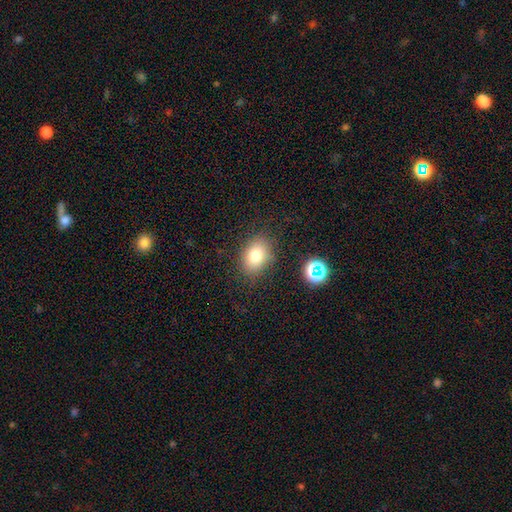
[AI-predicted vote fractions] Smooth or featured?
  - smooth: 79% *
  - star or artifact: 12%
  - featured or disk: 9%
How rounded?
  - in between: 75% *
  - round: 24%
  - cigar-shaped: 1%
Merging?
  - none: 81% *
  - minor disturbance: 12%
  - major disturbance: 4%
  - merger: 2%